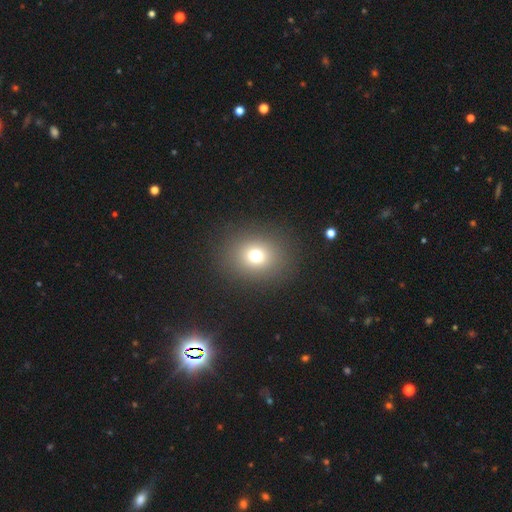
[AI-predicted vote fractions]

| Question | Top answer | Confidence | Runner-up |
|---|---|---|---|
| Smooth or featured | smooth | 73% | star or artifact (16%) |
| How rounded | round | 66% | in between (33%) |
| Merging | none | 88% | minor disturbance (7%) |